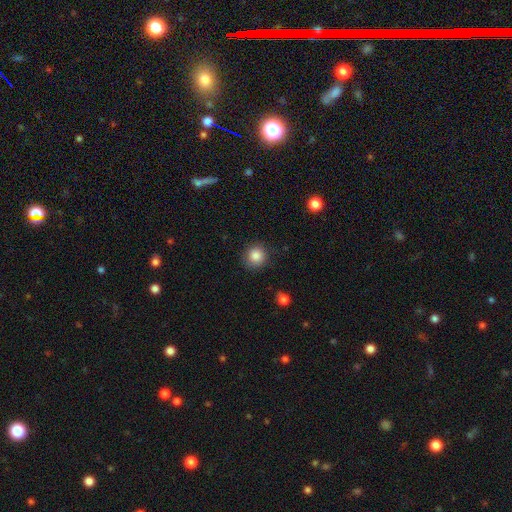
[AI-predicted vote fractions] smooth_or_featured: smooth (p=0.86) [alt: star or artifact p=0.10]
how_rounded: round (p=0.89) [alt: in between p=0.10]
merging: none (p=0.86) [alt: minor disturbance p=0.10]